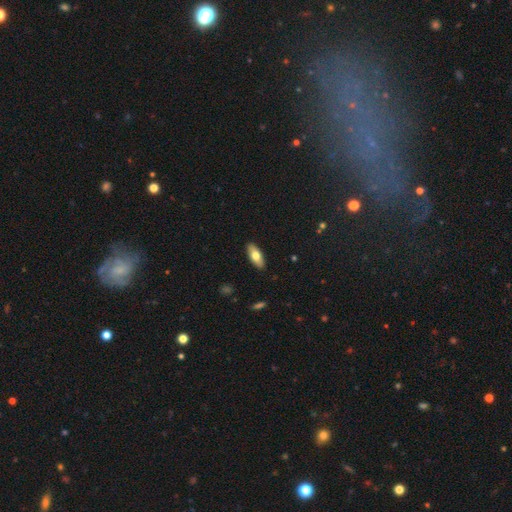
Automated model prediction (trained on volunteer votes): A smooth galaxy with no disk features (71%) that is in between round and cigar-shaped (80%).

Vote fractions:
- Smooth or featured? smooth: 71% / featured or disk: 23% / star or artifact: 6%
- How rounded? in between: 80% / cigar-shaped: 17% / round: 2%
- Merging? none: 89% / minor disturbance: 8% / major disturbance: 2% / merger: 1%